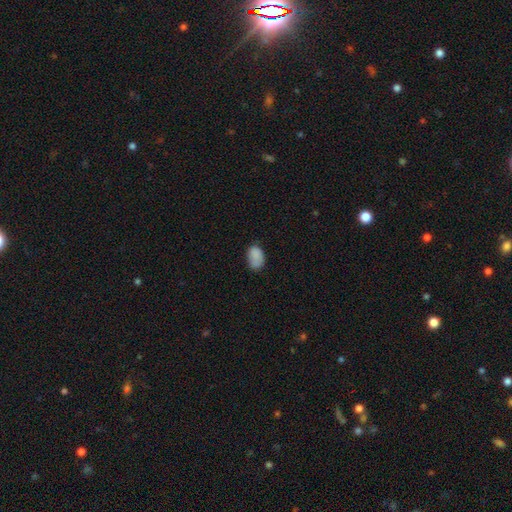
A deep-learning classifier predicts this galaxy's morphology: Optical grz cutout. It shows a smooth galaxy with no disk features (84%) that is in between round and cigar-shaped (87%). Merging: none (59%).